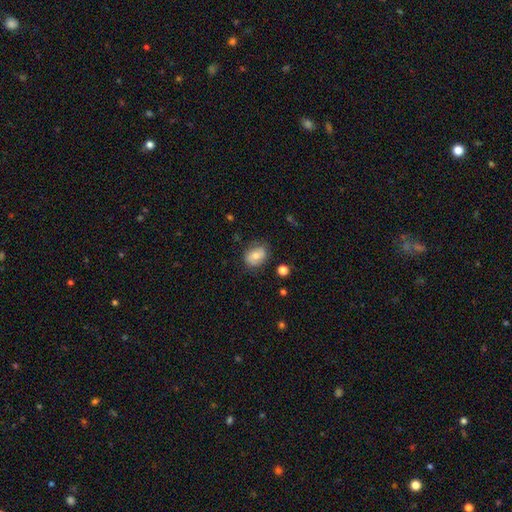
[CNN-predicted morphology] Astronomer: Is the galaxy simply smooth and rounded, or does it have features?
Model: smooth — 67%.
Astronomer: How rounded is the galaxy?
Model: in between — 70%.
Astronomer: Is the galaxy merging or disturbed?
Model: none — 74%.